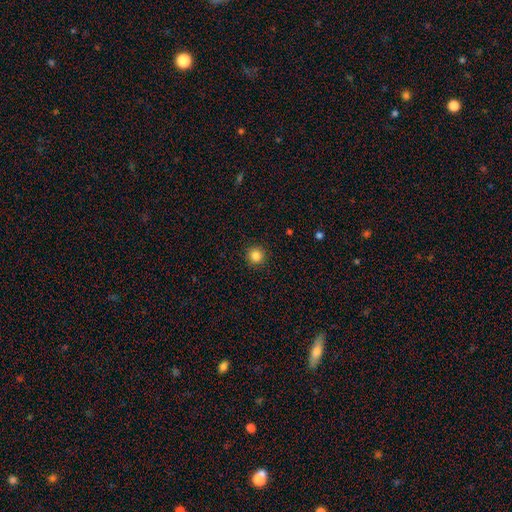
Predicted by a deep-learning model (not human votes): Q: Smooth or featured?
A: smooth (85%); runner-up: star or artifact (11%)
Q: How rounded?
A: round (95%); runner-up: in between (4%)
Q: Merging?
A: none (92%); runner-up: minor disturbance (5%)